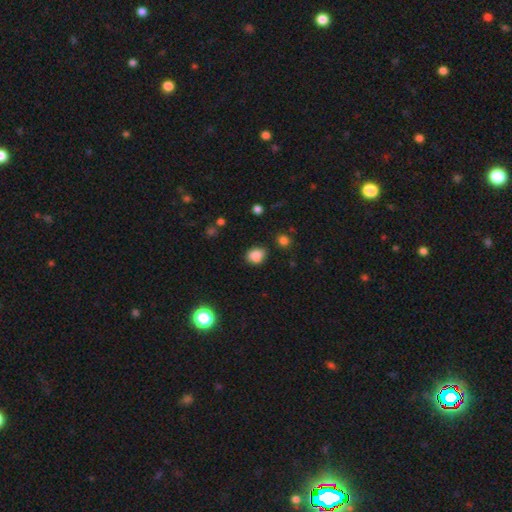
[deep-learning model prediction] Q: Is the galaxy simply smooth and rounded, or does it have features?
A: smooth — 82%.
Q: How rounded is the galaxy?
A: in between — 53%.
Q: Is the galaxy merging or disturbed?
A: none — 68%.